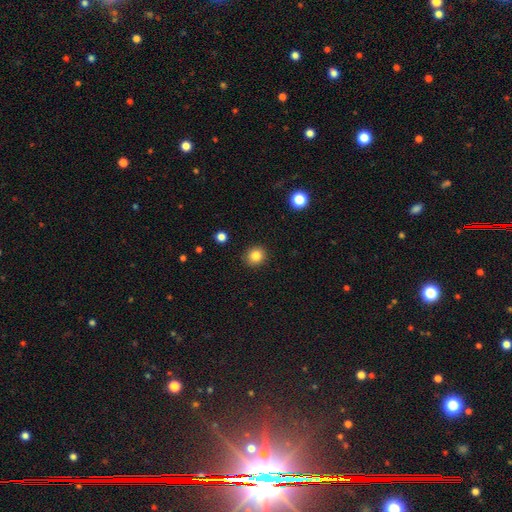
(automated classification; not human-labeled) Smooth or featured: smooth — 84% (star or artifact — 11%)
How rounded: round — 82% (in between — 17%)
Merging: none — 90% (minor disturbance — 7%)